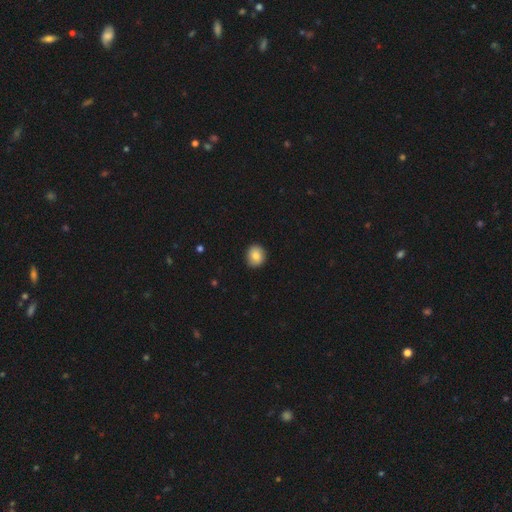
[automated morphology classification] Smooth or featured: smooth — 85% (star or artifact — 8%)
How rounded: round — 75% (in between — 24%)
Merging: none — 90% (minor disturbance — 7%)